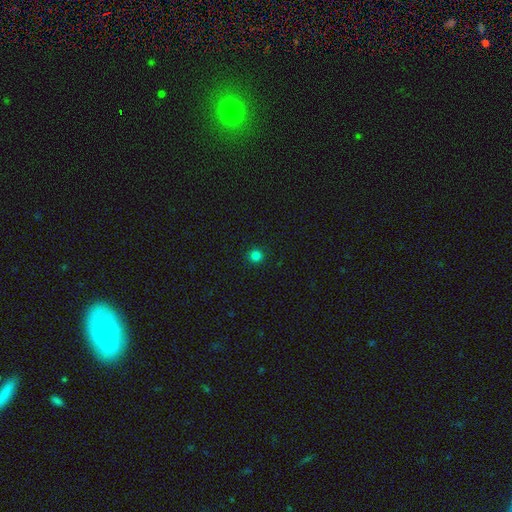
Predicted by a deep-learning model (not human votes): Q: Smooth or featured?
A: smooth (82%); runner-up: star or artifact (14%)
Q: How rounded?
A: round (95%); runner-up: in between (4%)
Q: Merging?
A: none (93%); runner-up: minor disturbance (4%)